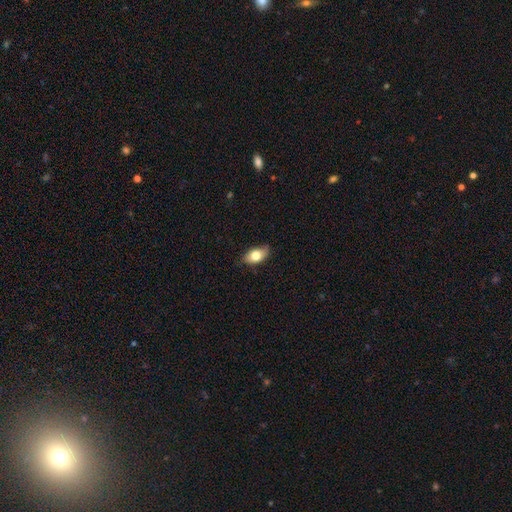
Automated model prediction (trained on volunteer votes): smooth-or-featured: smooth: 75% | featured or disk: 18% | star or artifact: 7%
  how-rounded: in between: 88% | round: 8% | cigar-shaped: 3%
  merging: none: 75% | minor disturbance: 21% | major disturbance: 3% | merger: 1%